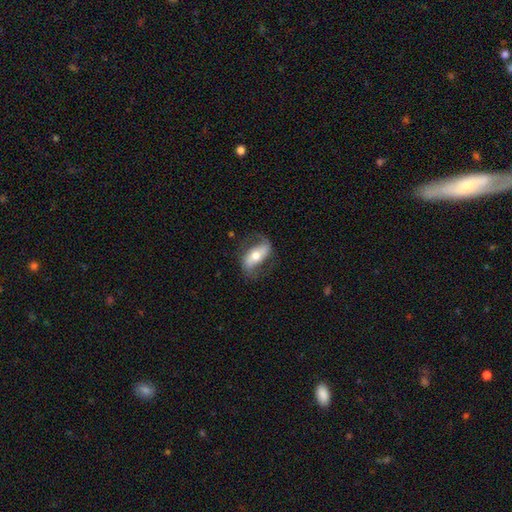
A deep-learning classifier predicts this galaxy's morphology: smooth-or-featured: featured or disk: 64% | smooth: 30% | star or artifact: 6%
  disk-edge-on: no: 87% | yes: 13%
    bar: strong: 43% | no: 31% | weak: 26%
    has-spiral-arms: yes: 81% | no: 19%
    bulge-size: moderate: 66% | small: 19% | large: 12% | dominant: 2% | none: 1%
  merging: none: 68% | minor disturbance: 19% | major disturbance: 11% | merger: 2%